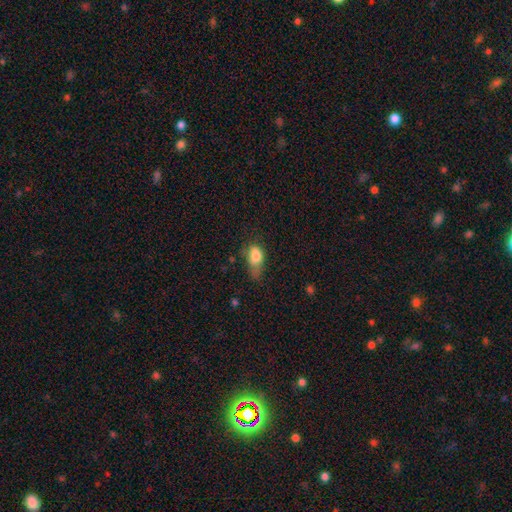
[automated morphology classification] Q: Smooth or featured?
A: smooth (79%); runner-up: featured or disk (12%)
Q: How rounded?
A: in between (83%); runner-up: round (12%)
Q: Merging?
A: minor disturbance (39%); runner-up: major disturbance (32%)